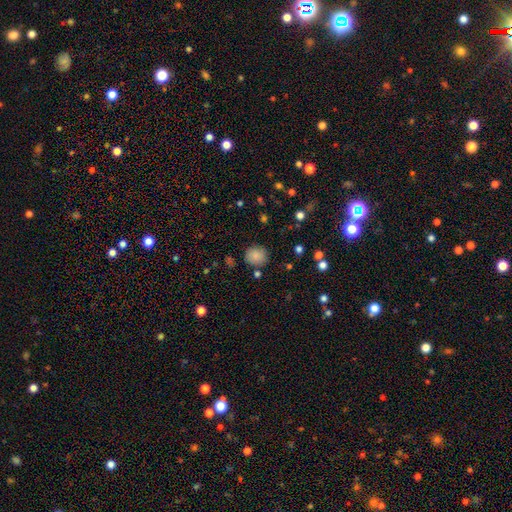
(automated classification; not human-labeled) Smooth or featured? smooth (85%)
How rounded? round (83%)
Merging? none (83%)